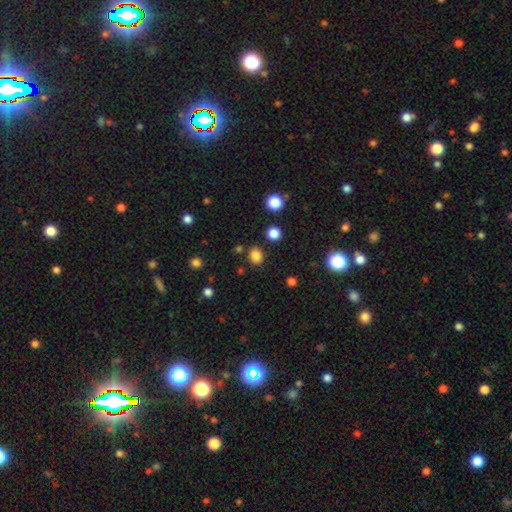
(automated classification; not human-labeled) smooth-or-featured: smooth: 83% | star or artifact: 13% | featured or disk: 4%
  how-rounded: round: 60% | in between: 39% | cigar-shaped: 1%
  merging: none: 84% | minor disturbance: 9% | merger: 4% | major disturbance: 3%